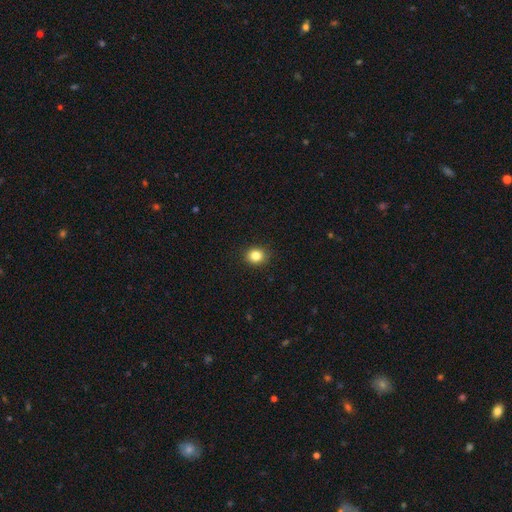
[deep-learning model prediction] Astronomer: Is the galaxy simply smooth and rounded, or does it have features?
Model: smooth — 84%.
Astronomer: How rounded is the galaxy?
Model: round — 77%.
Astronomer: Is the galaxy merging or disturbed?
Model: none — 91%.